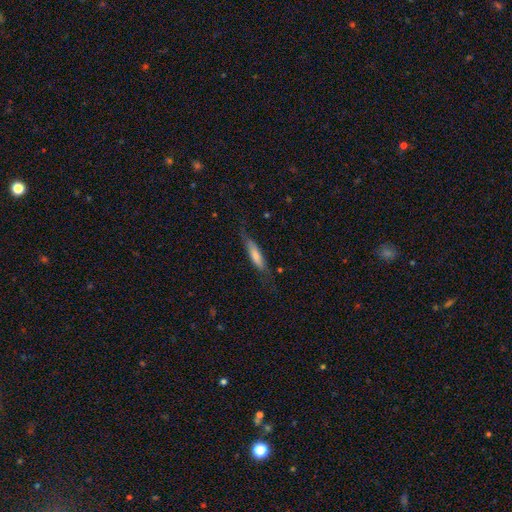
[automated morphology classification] smooth-or-featured: smooth: 66% | featured or disk: 28% | star or artifact: 6%
  how-rounded: cigar-shaped: 77% | in between: 21% | round: 2%
  merging: none: 69% | minor disturbance: 22% | major disturbance: 7% | merger: 2%